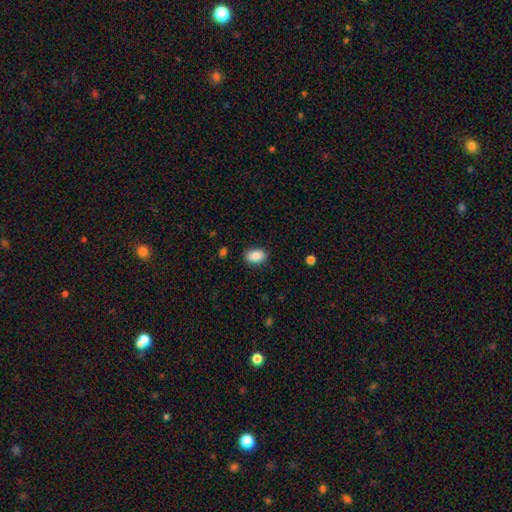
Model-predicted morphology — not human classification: smooth 85%, star or artifact 8%, featured or disk 7%. Down the decision tree: how rounded — in between (86%); merging — none (85%).